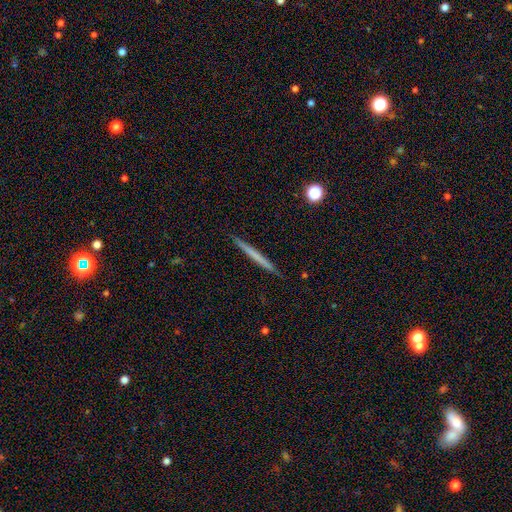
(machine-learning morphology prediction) Smooth or featured?
  - smooth: 54% *
  - featured or disk: 40%
  - star or artifact: 6%
How rounded?
  - cigar-shaped: 97% *
  - in between: 2%
  - round: 1%
Merging?
  - none: 92% *
  - minor disturbance: 6%
  - major disturbance: 1%
  - merger: 1%